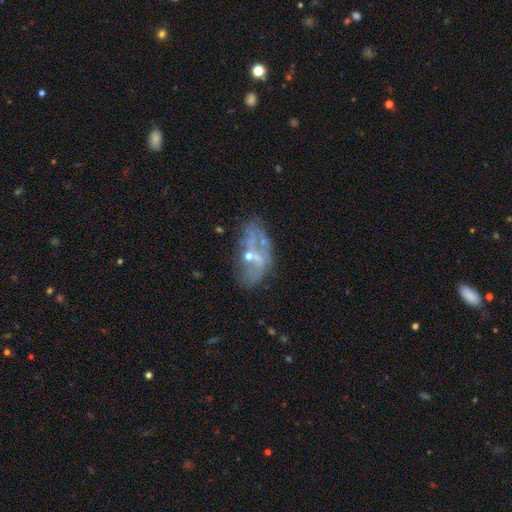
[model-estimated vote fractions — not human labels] smooth-or-featured: featured or disk: 64% | smooth: 24% | star or artifact: 12%
  disk-edge-on: no: 94% | yes: 6%
    bar: no: 60% | weak: 30% | strong: 10%
    has-spiral-arms: no: 59% | yes: 41%
    bulge-size: small: 58% | moderate: 22% | none: 17% | large: 2% | dominant: 1%
  merging: none: 50% | minor disturbance: 21% | major disturbance: 17% | merger: 12%